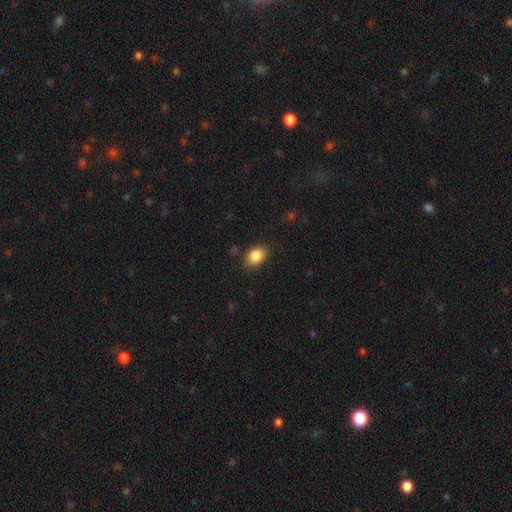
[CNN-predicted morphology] This appears to be a smooth galaxy with no disk features (86%) that is in between round and cigar-shaped (71%). Merging: none (82%).